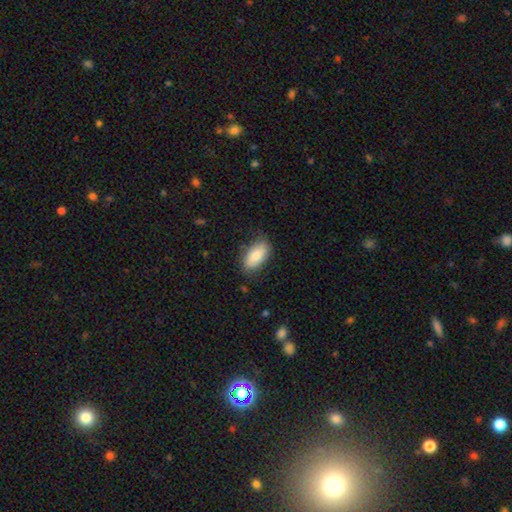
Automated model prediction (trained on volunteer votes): This is likely a smooth galaxy (80%). How rounded: clearly in between (92%). Merging: likely none (78%).